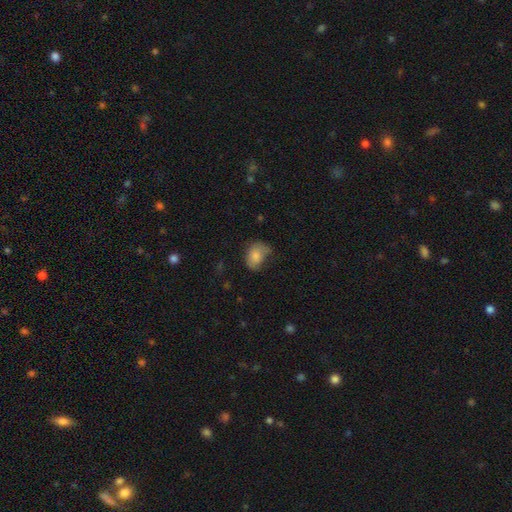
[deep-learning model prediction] smooth_or_featured: smooth (p=0.78) [alt: featured or disk p=0.14]
how_rounded: in between (p=0.72) [alt: round p=0.27]
merging: none (p=0.42) [alt: minor disturbance p=0.36]